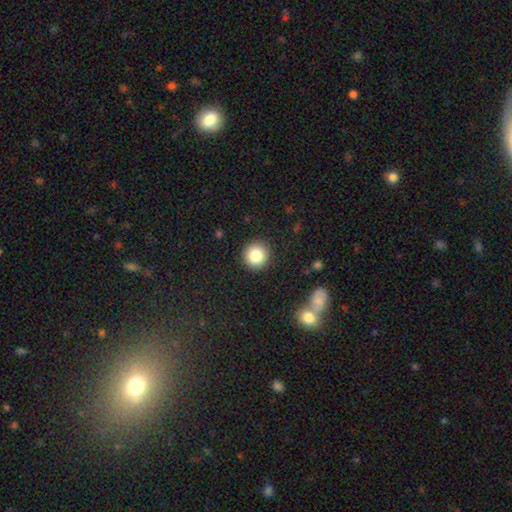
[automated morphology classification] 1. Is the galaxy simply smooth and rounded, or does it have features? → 83% smooth, 10% star or artifact, 7% featured or disk.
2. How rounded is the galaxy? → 94% round, 5% in between, 1% cigar-shaped.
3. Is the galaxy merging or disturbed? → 91% none, 6% minor disturbance, 2% major disturbance, 1% merger.